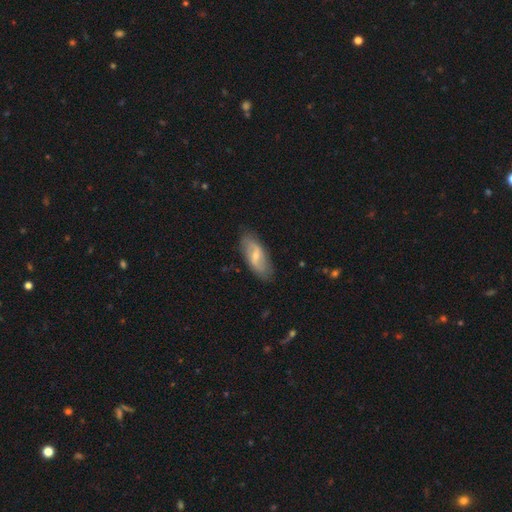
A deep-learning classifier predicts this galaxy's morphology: smooth_or_featured: featured or disk (p=0.63) [alt: smooth p=0.31]
disk_edge_on: no (p=0.90) [alt: yes p=0.10]
bar: weak (p=0.54) [alt: strong p=0.28]
has_spiral_arms: yes (p=0.78) [alt: no p=0.22]
bulge_size: small (p=0.57) [alt: moderate p=0.36]
merging: none (p=0.82) [alt: minor disturbance p=0.14]